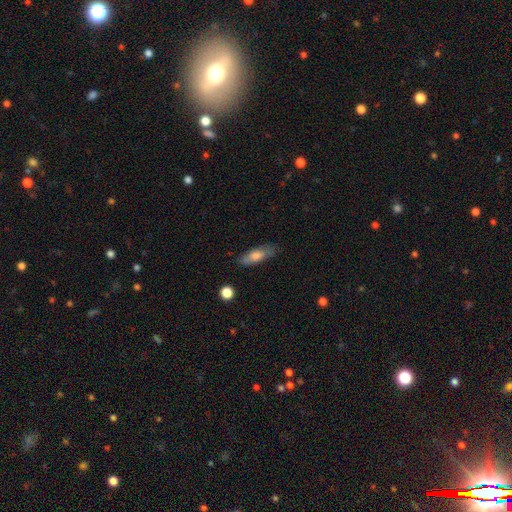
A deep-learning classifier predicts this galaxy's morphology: smooth-or-featured: smooth: 68% | featured or disk: 26% | star or artifact: 7%
  how-rounded: in between: 56% | cigar-shaped: 42% | round: 3%
  merging: none: 77% | minor disturbance: 17% | major disturbance: 4% | merger: 2%